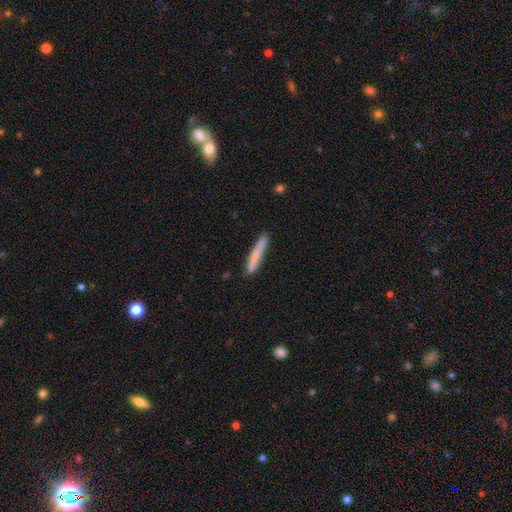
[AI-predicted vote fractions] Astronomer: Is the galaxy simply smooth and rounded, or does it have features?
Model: smooth — 75%.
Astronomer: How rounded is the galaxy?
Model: cigar-shaped — 95%.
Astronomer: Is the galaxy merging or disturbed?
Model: none — 84%.